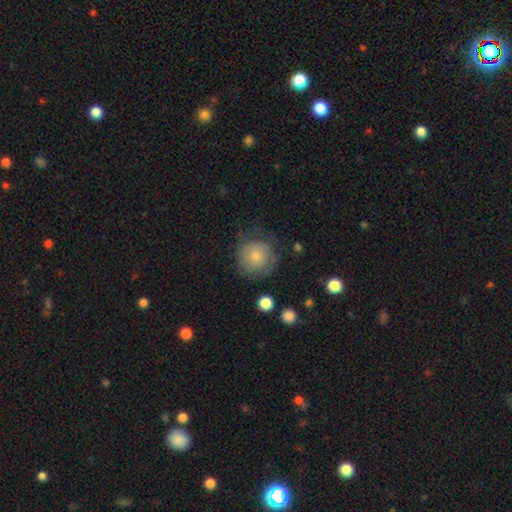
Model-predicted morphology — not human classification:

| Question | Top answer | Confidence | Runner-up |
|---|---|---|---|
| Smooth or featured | smooth | 69% | featured or disk (24%) |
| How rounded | round | 92% | in between (7%) |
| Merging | none | 64% | minor disturbance (21%) |